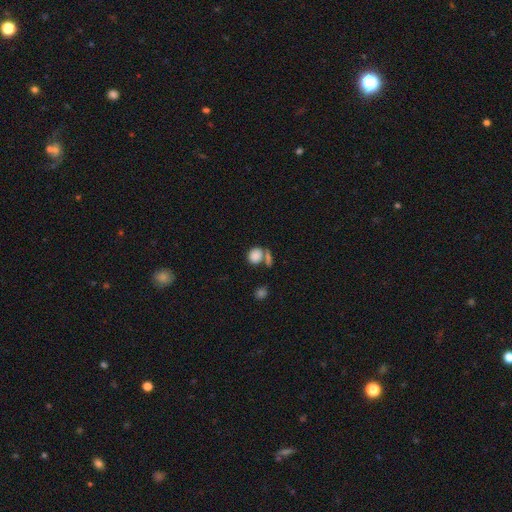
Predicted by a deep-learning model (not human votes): smooth_or_featured: smooth (p=0.84) [alt: star or artifact p=0.10]
how_rounded: round (p=0.63) [alt: in between p=0.35]
merging: none (p=0.54) [alt: merger p=0.30]